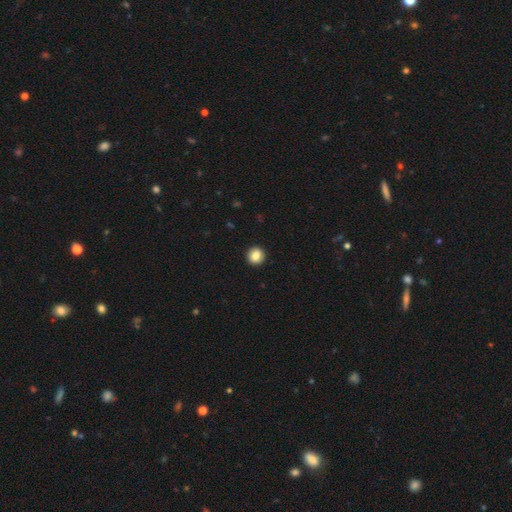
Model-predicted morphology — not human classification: This is clearly a smooth galaxy (85%). How rounded: clearly round (90%). Merging: clearly none (93%).